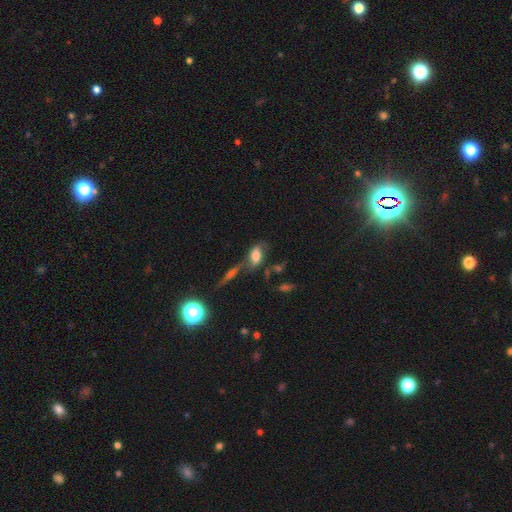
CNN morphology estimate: Q: Smooth or featured?
A: smooth (59%); runner-up: featured or disk (28%)
Q: How rounded?
A: in between (87%); runner-up: round (7%)
Q: Merging?
A: none (37%); runner-up: merger (26%)